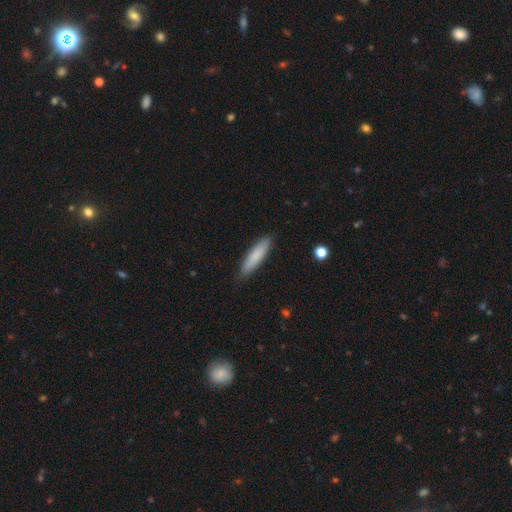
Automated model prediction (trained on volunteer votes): smooth-or-featured: smooth: 82% | featured or disk: 12% | star or artifact: 5%
  how-rounded: cigar-shaped: 76% | in between: 23% | round: 1%
  merging: none: 85% | minor disturbance: 12% | major disturbance: 2% | merger: 1%